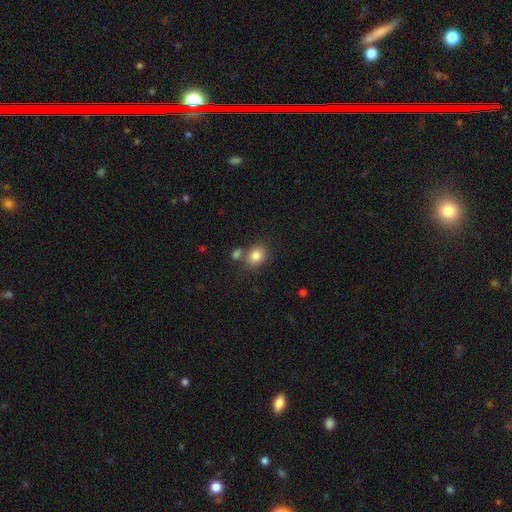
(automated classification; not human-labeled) Smooth or featured: smooth — 83% (star or artifact — 10%)
How rounded: round — 57% (in between — 42%)
Merging: none — 65% (merger — 20%)